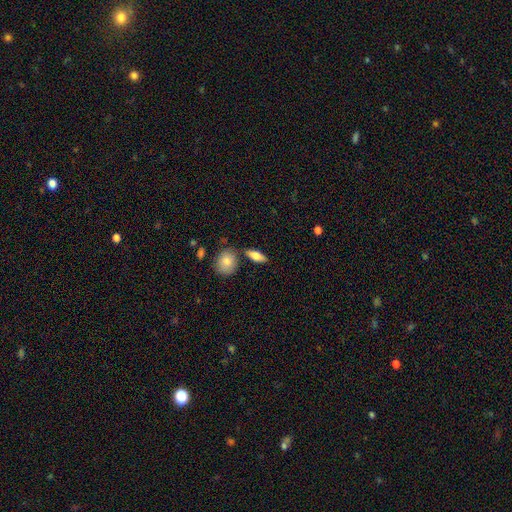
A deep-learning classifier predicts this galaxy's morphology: A smooth galaxy with no disk features (75%) that is in between round and cigar-shaped (74%).

Vote fractions:
- Smooth or featured? smooth: 75% / featured or disk: 19% / star or artifact: 6%
- How rounded? in between: 74% / cigar-shaped: 21% / round: 5%
- Merging? none: 76% / minor disturbance: 11% / merger: 10% / major disturbance: 3%